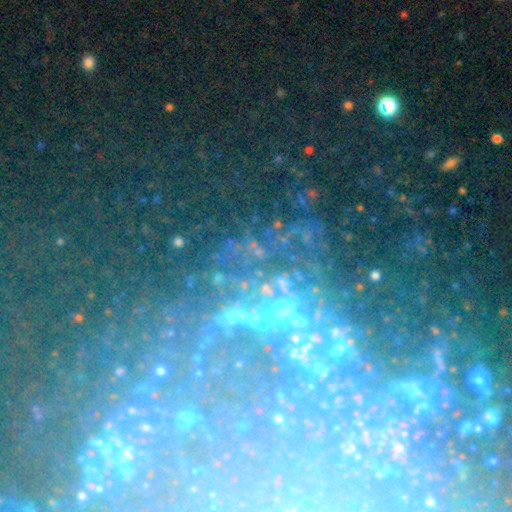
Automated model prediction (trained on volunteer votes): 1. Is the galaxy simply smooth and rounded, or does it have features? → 49% star or artifact, 37% featured or disk, 14% smooth.